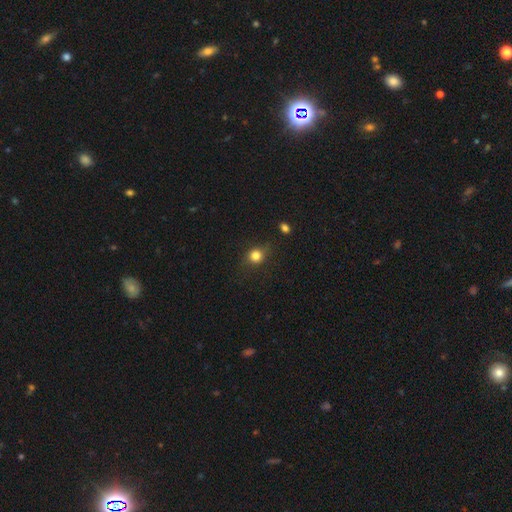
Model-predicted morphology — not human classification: type=smooth (81%); roundness=round (84%); merging=none (77%).